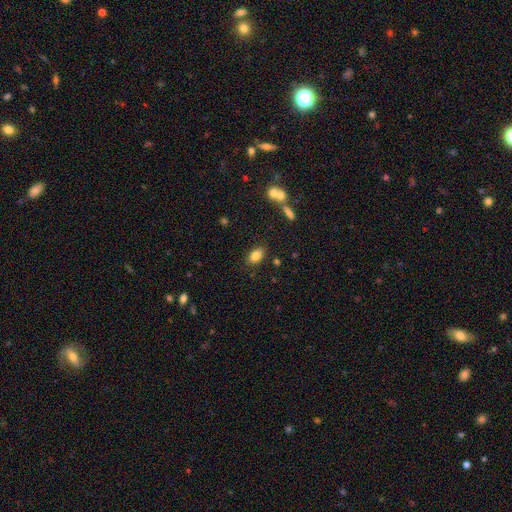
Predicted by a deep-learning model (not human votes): smooth_or_featured: smooth (p=0.80) [alt: featured or disk p=0.10]
how_rounded: in between (p=0.87) [alt: round p=0.09]
merging: none (p=0.81) [alt: minor disturbance p=0.12]